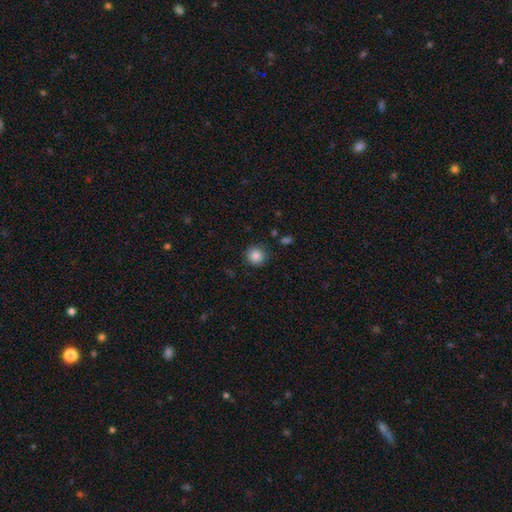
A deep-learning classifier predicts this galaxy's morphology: smooth 85%, star or artifact 10%, featured or disk 5%. Down the decision tree: how rounded — round (93%); merging — none (87%).